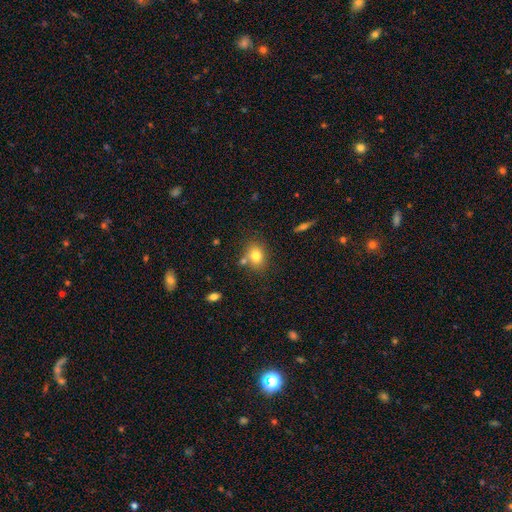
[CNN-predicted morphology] smooth_or_featured: smooth (p=0.78) [alt: star or artifact p=0.11]
how_rounded: in between (p=0.53) [alt: round p=0.45]
merging: none (p=0.70) [alt: minor disturbance p=0.13]